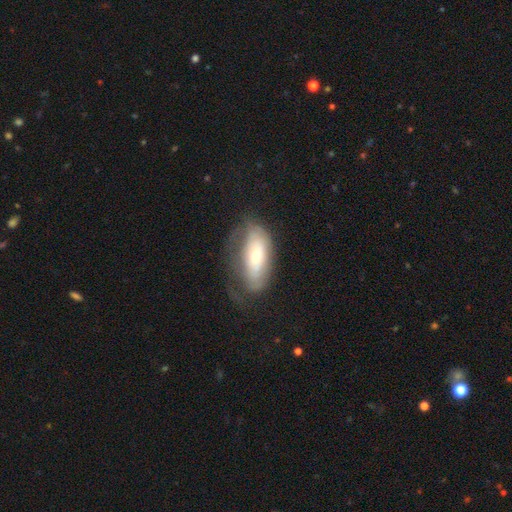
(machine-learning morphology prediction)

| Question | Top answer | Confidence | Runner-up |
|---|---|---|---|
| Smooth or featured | smooth | 50% | featured or disk (43%) |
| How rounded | in between | 85% | cigar-shaped (11%) |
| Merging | none | 48% | minor disturbance (28%) |